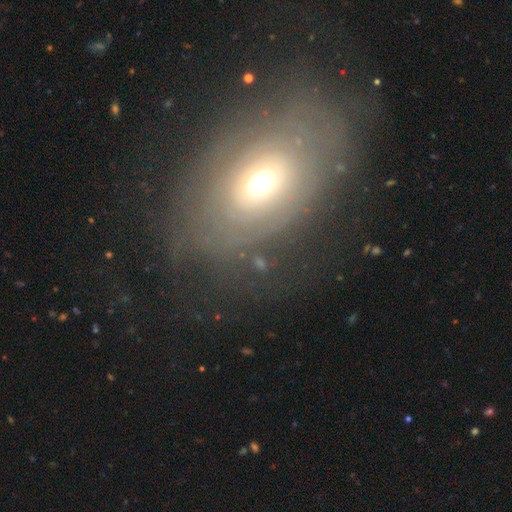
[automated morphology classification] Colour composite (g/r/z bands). It shows a featured or disk galaxy (51%). Merging: none (70%).